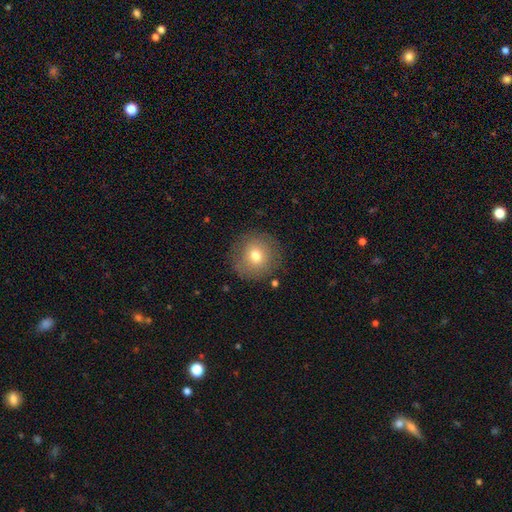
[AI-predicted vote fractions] Overall: smooth (73%). How rounded: round (94%). Merging: none (85%).